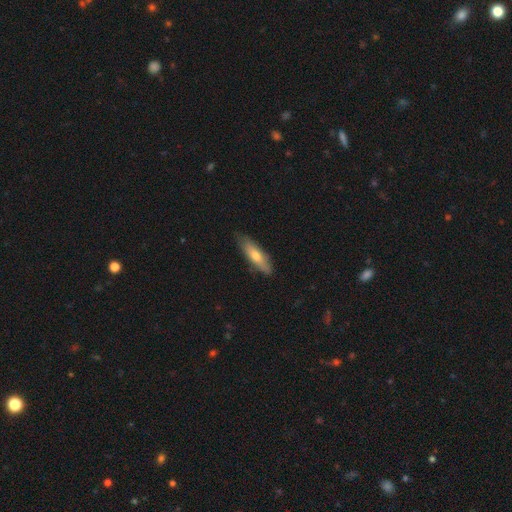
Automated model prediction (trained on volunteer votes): Smooth or featured? Predicted: smooth (p=0.59). How rounded? Predicted: cigar-shaped (p=0.63). Merging? Predicted: none (p=0.80).